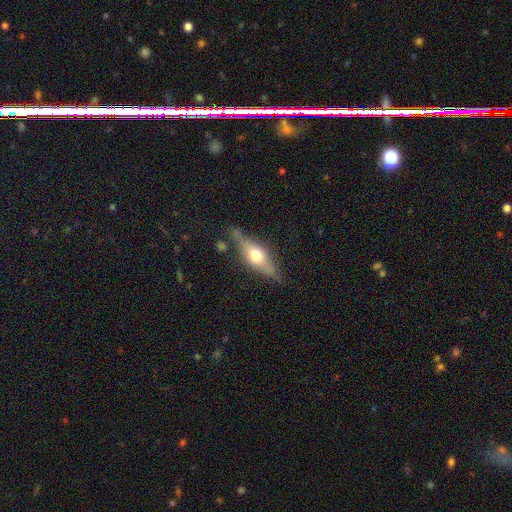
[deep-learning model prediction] The model was most divided on "smooth or featured": featured or disk: 60%, smooth: 33%, star or artifact: 7%. More confident: edge-on bulge — rounded (93%); edge-on disk — yes (88%); merging — none (72%).